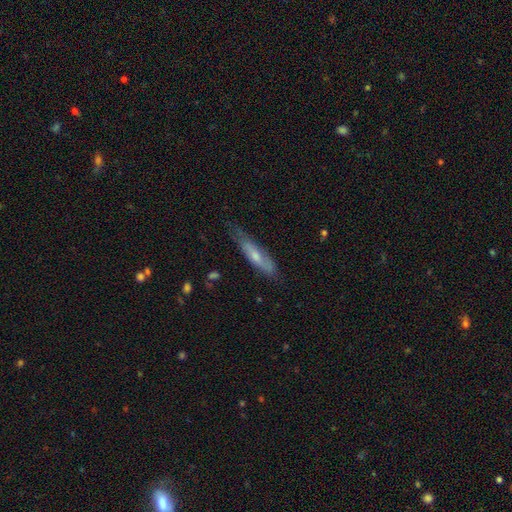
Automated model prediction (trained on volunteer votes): smooth-or-featured: smooth: 50% | featured or disk: 44% | star or artifact: 6%
  how-rounded: cigar-shaped: 77% | in between: 21% | round: 2%
  merging: none: 63% | minor disturbance: 27% | major disturbance: 7% | merger: 2%